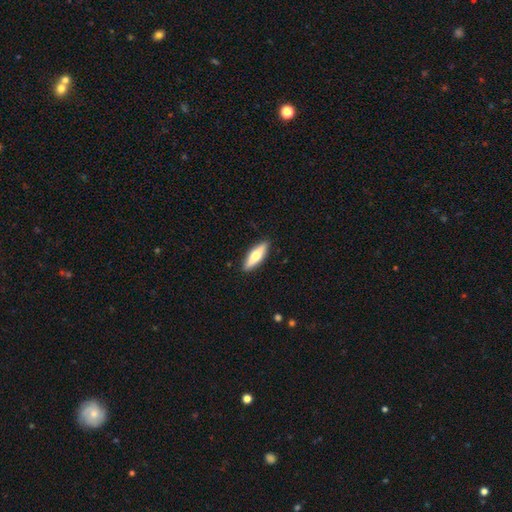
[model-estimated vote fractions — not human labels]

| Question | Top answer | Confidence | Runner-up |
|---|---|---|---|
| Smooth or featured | smooth | 53% | featured or disk (42%) |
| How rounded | cigar-shaped | 57% | in between (41%) |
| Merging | none | 90% | minor disturbance (7%) |